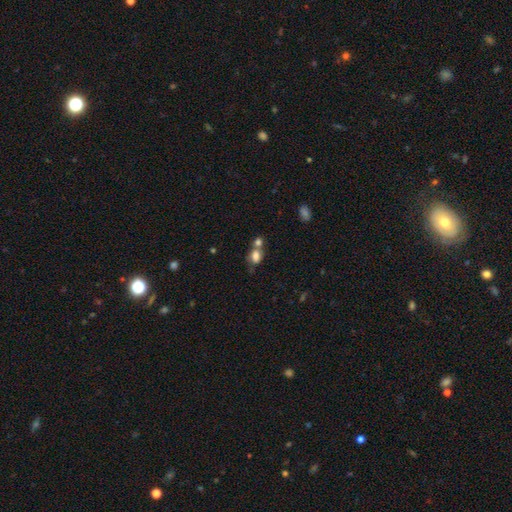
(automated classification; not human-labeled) Q: Smooth or featured?
A: smooth (78%); runner-up: star or artifact (11%)
Q: How rounded?
A: in between (66%); runner-up: round (32%)
Q: Merging?
A: merger (46%); runner-up: none (38%)